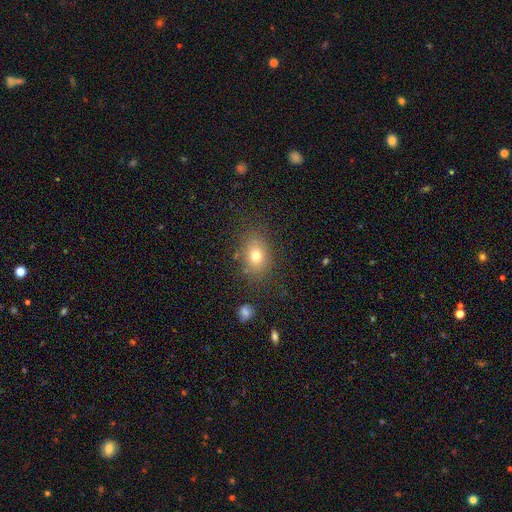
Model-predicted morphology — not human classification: type=smooth (73%); roundness=in between (58%); merging=none (79%).